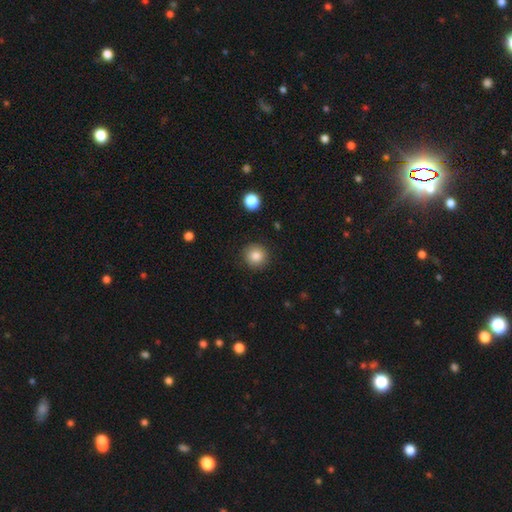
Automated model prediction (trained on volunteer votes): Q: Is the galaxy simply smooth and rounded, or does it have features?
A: smooth — 85%.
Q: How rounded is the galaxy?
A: round — 94%.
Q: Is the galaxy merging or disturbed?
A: none — 90%.